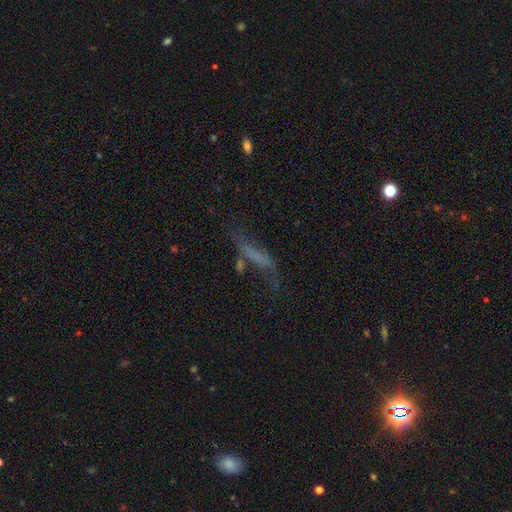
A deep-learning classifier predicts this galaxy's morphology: smooth_or_featured: smooth (p=0.44) [alt: featured or disk p=0.40]
merging: none (p=0.42) [alt: major disturbance p=0.27]